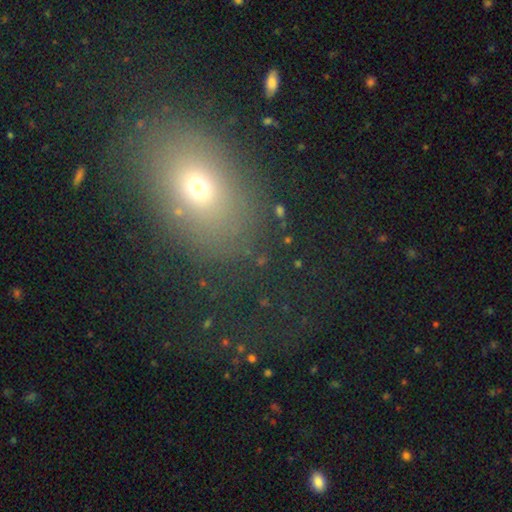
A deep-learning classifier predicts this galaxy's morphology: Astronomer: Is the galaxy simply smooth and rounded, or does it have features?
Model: smooth — 63%.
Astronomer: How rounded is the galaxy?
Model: in between — 65%.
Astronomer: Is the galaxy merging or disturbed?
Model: none — 67%.